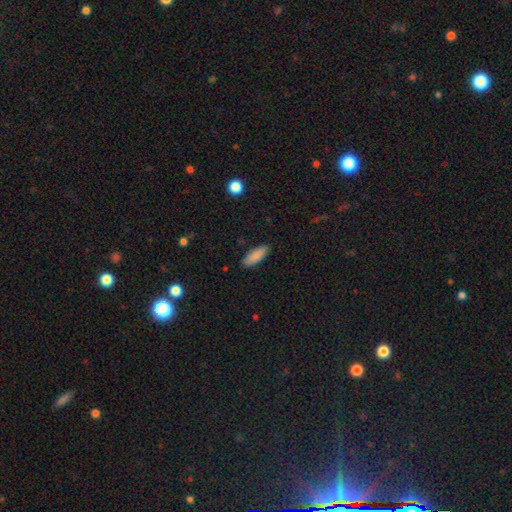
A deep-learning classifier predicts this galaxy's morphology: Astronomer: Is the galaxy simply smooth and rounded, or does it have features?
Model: smooth — 87%.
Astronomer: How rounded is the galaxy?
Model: in between — 64%.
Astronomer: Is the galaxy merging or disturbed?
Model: none — 86%.